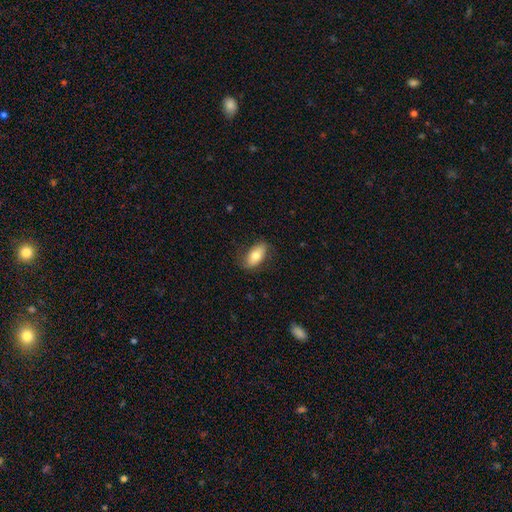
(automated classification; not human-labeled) Smooth or featured?
  - smooth: 73% *
  - featured or disk: 20%
  - star or artifact: 7%
How rounded?
  - in between: 89% *
  - cigar-shaped: 6%
  - round: 4%
Merging?
  - none: 78% *
  - minor disturbance: 17%
  - major disturbance: 4%
  - merger: 1%